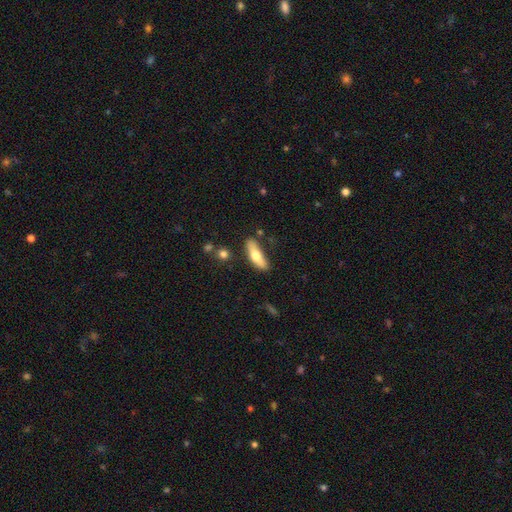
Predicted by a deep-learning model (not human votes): Overall: smooth (63%; featured or disk 31%). How rounded: cigar-shaped (51%; in between 47%). Merging: none (73%).